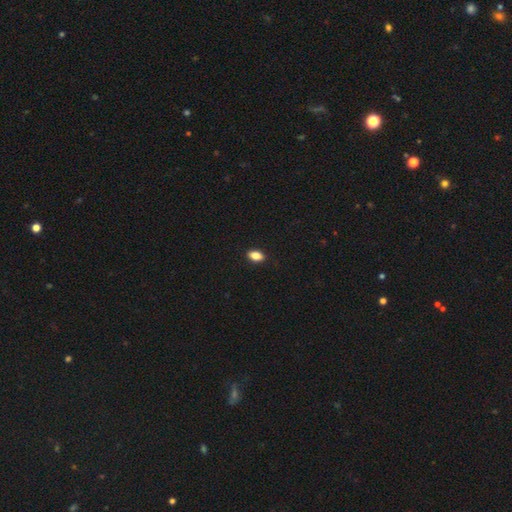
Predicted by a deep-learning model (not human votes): Smooth or featured: smooth — 84% (star or artifact — 9%)
How rounded: in between — 87% (round — 10%)
Merging: none — 89% (minor disturbance — 8%)